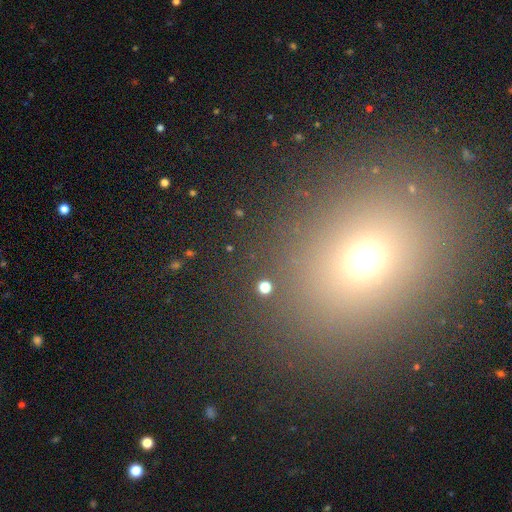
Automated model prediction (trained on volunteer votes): This is possibly a smooth galaxy (56%). How rounded: likely round (69%). Merging: clearly none (87%).